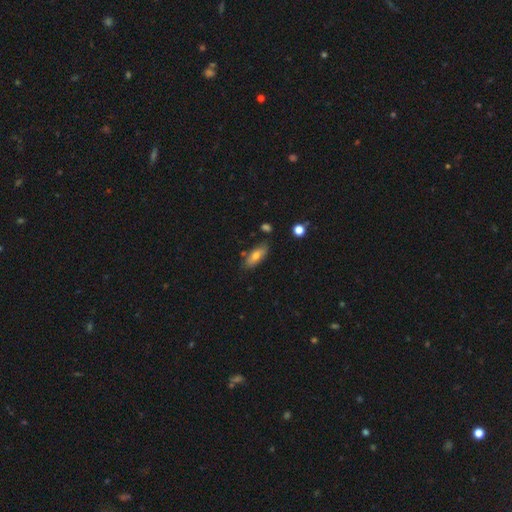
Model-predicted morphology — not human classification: type=smooth (69%); roundness=in between (77%); merging=none (79%).